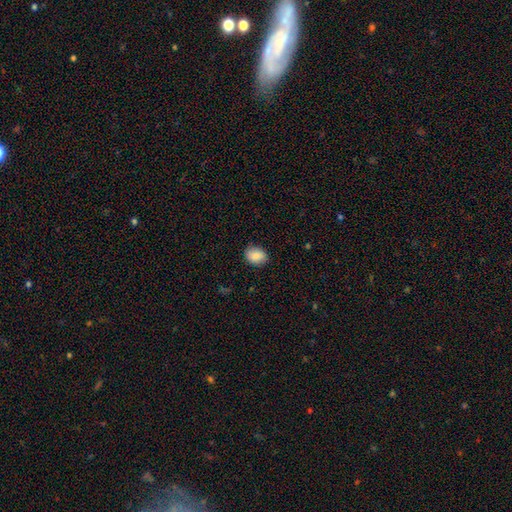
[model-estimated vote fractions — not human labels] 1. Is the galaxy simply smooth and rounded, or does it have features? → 85% smooth, 8% featured or disk, 8% star or artifact.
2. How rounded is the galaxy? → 58% in between, 41% round, 1% cigar-shaped.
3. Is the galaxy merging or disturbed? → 84% none, 12% minor disturbance, 2% major disturbance, 1% merger.